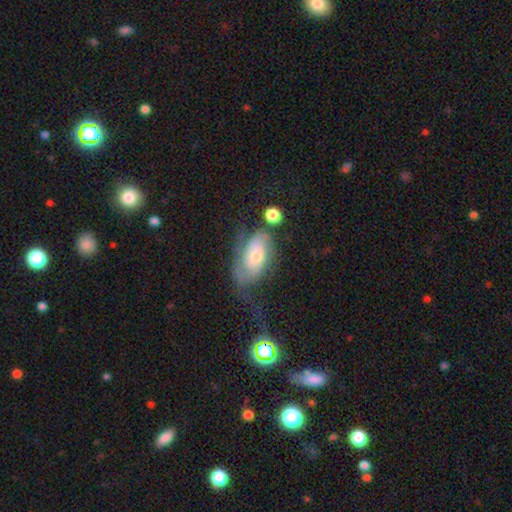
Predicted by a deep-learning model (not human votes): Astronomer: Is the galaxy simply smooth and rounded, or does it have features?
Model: featured or disk — 55% (runner-up: smooth, 37%).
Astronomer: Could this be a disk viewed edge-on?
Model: no — 92%.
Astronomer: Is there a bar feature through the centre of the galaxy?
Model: no — 74%.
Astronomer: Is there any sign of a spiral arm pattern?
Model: yes — 78%.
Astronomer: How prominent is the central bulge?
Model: moderate — 45% (runner-up: small, 39%).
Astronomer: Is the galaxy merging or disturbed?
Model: none — 39% (runner-up: major disturbance, 30%).